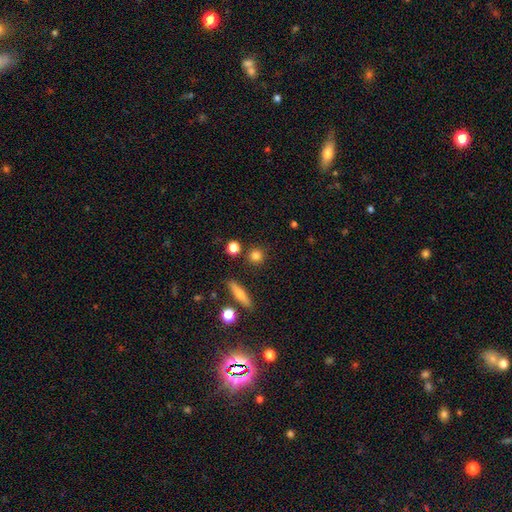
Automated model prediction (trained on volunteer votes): This appears to be a smooth galaxy with no disk features (80%) that is round (89%). Merging: none (85%).